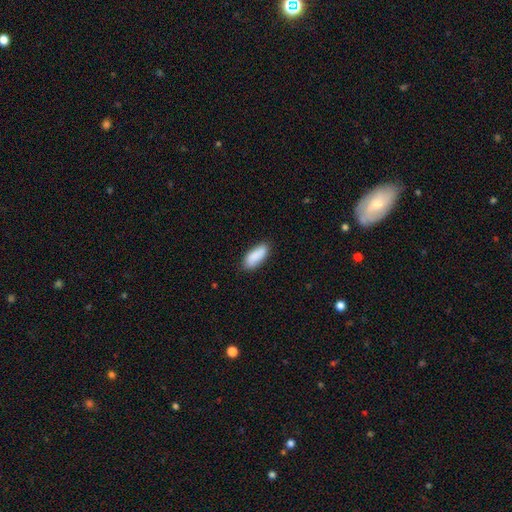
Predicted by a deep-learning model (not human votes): Q: Smooth or featured?
A: smooth (89%); runner-up: star or artifact (6%)
Q: How rounded?
A: in between (79%); runner-up: cigar-shaped (19%)
Q: Merging?
A: none (82%); runner-up: minor disturbance (14%)